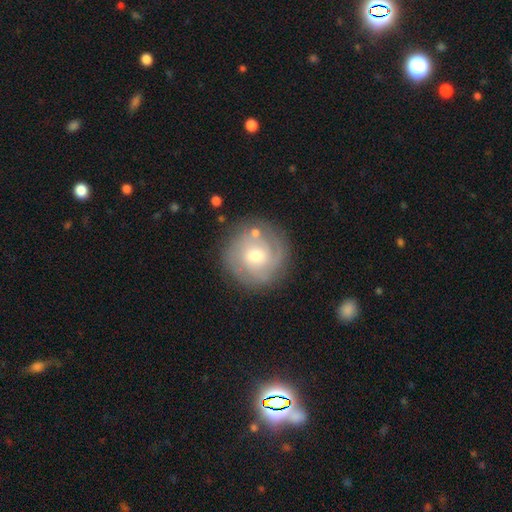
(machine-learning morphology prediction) Smooth or featured: featured or disk — 66% (smooth — 27%)
Edge-on disk: no — 97% (yes — 3%)
Bar: no — 59% (weak — 35%)
Spiral arms: yes — 87% (no — 13%)
Spiral winding: tight — 63% (medium — 28%)
Spiral arm count: can't tell — 32% (2 — 28%)
Bulge size: moderate — 61% (small — 32%)
Merging: none — 79% (minor disturbance — 12%)